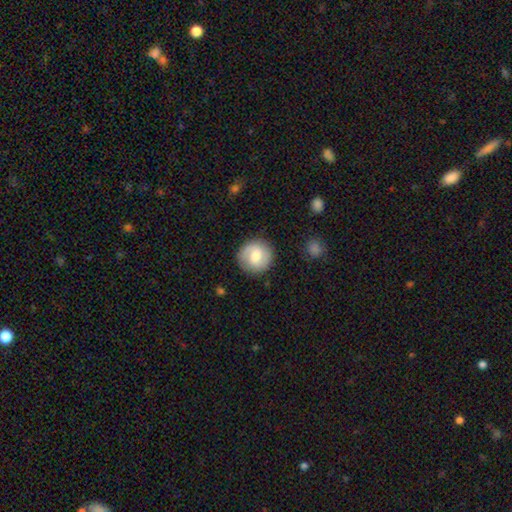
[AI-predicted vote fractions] The model was most divided on "smooth or featured": smooth: 56%, featured or disk: 37%, star or artifact: 7%. More confident: how rounded — round (92%); merging — none (86%).